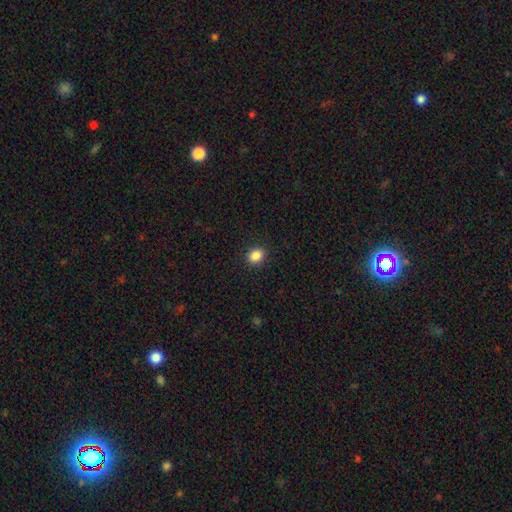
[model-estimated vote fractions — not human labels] This is clearly a smooth galaxy (87%). How rounded: possibly round (60%). Merging: clearly none (91%).